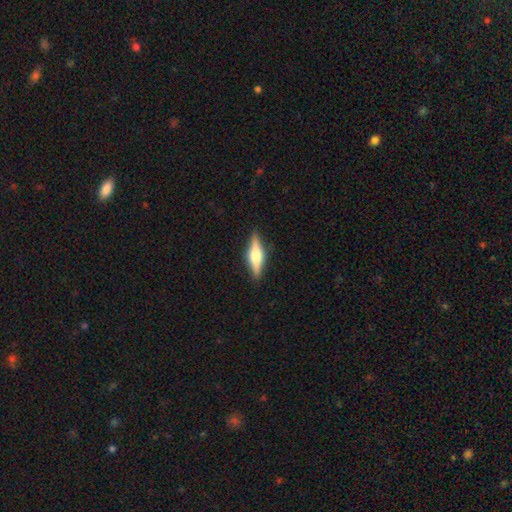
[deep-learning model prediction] A featured or disk galaxy (59%) viewed edge-on (96%) with a rounded central bulge (91%). Merging: none (90%).